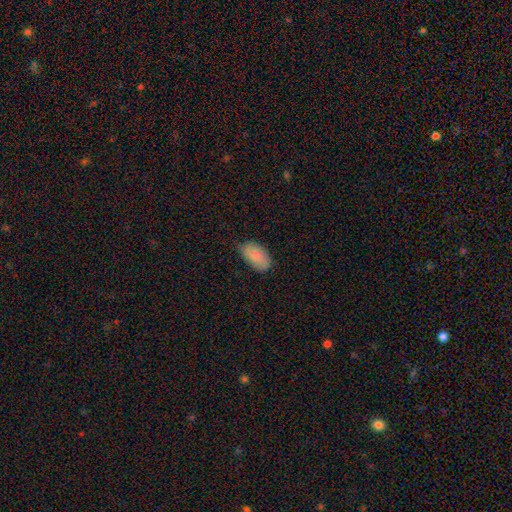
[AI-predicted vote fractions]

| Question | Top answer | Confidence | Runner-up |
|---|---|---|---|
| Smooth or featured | smooth | 85% | featured or disk (8%) |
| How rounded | in between | 94% | round (3%) |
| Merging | none | 73% | minor disturbance (23%) |